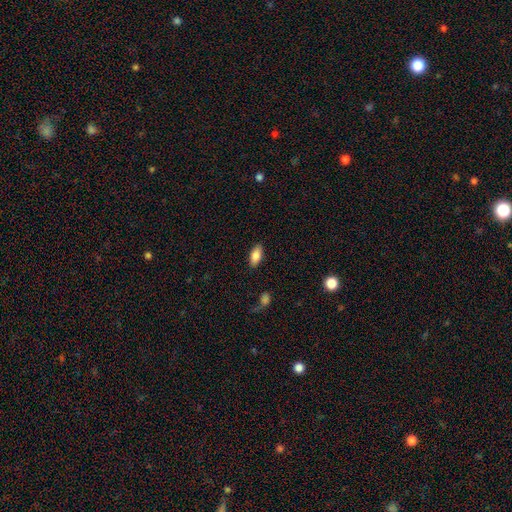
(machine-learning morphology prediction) type=smooth (83%); roundness=in between (88%); merging=none (87%).